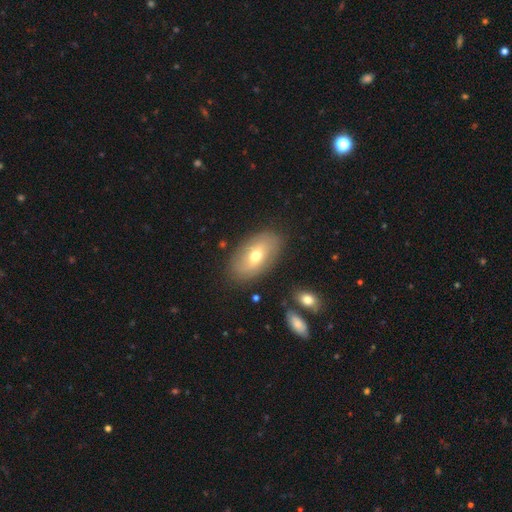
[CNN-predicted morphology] Smooth or featured?
  - smooth: 56% *
  - featured or disk: 36%
  - star or artifact: 8%
How rounded?
  - in between: 92% *
  - round: 6%
  - cigar-shaped: 2%
Merging?
  - none: 83% *
  - minor disturbance: 12%
  - major disturbance: 4%
  - merger: 2%